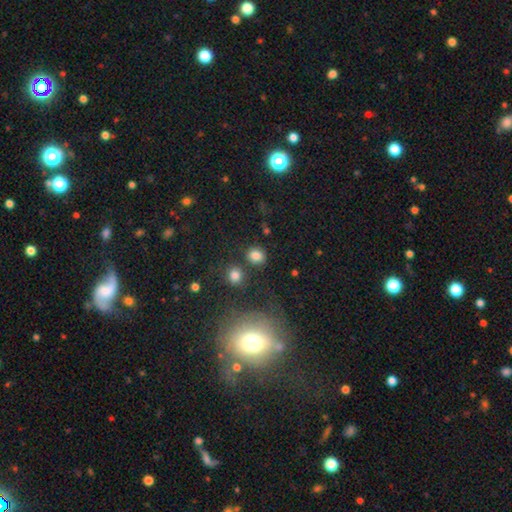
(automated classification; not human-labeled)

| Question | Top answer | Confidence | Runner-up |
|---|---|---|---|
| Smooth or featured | smooth | 82% | star or artifact (13%) |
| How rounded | round | 69% | in between (30%) |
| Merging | none | 76% | minor disturbance (10%) |